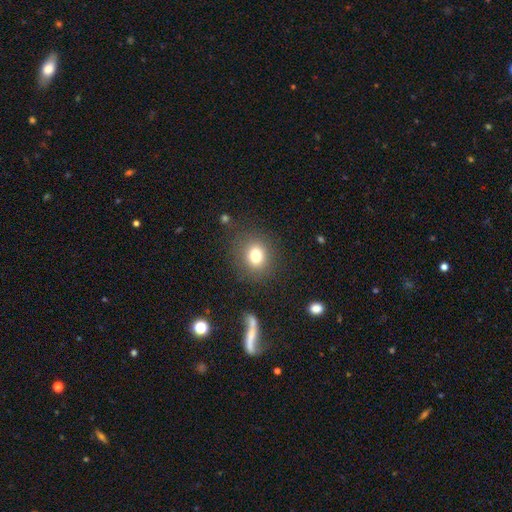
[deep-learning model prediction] This is likely a smooth galaxy (78%). How rounded: likely round (66%). Merging: clearly none (82%).